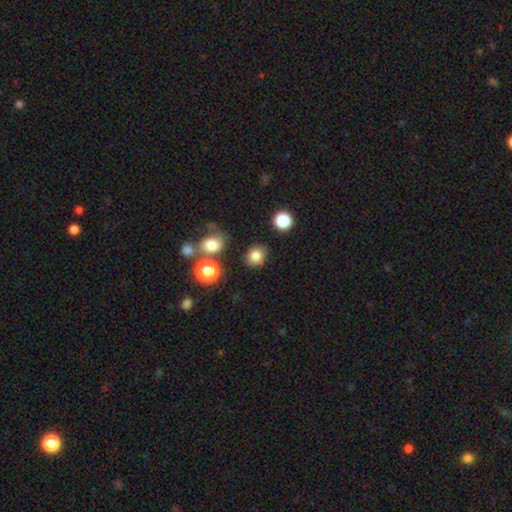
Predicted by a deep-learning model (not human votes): This is clearly a smooth galaxy (81%). How rounded: possibly round (60%). Merging: clearly none (81%).